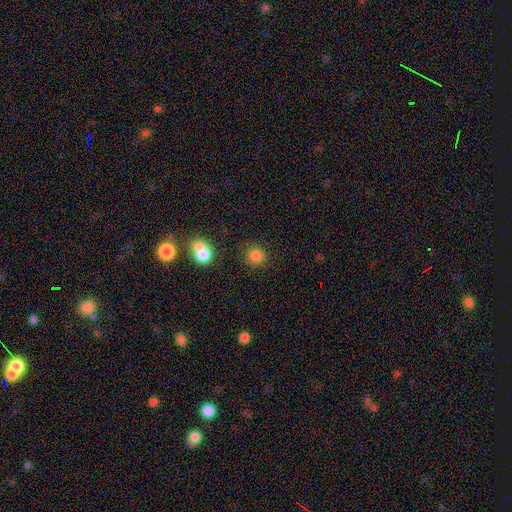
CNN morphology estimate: Smooth or featured? smooth (84%)
How rounded? round (88%)
Merging? none (84%)